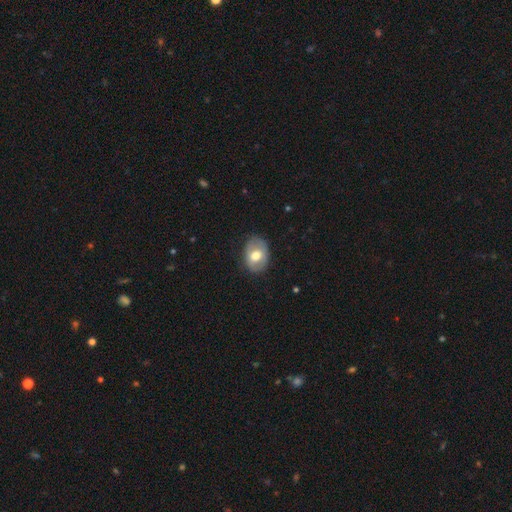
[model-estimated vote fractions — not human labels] A smooth galaxy with no disk features (58%) that is in between round and cigar-shaped (73%). Merging: none (76%).